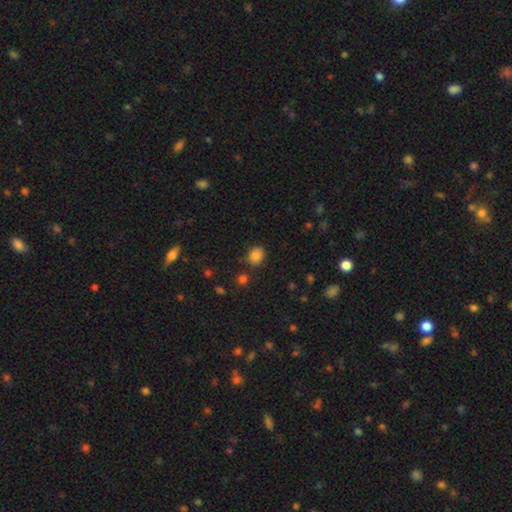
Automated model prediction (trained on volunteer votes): This appears to be a smooth galaxy with no disk features (84%) that is round (59%). Merging: none (82%).